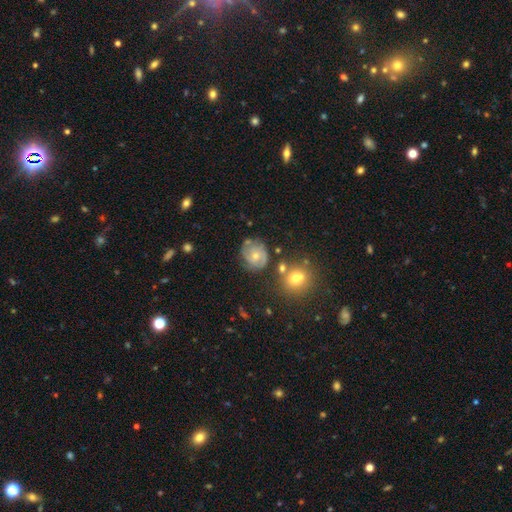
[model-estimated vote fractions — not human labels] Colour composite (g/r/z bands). It shows a featured or disk galaxy (66%) with no bar (72%), 2 (44%) tight (54%) spiral arms (89%) and a small central bulge (52%). Merging: none (66%).